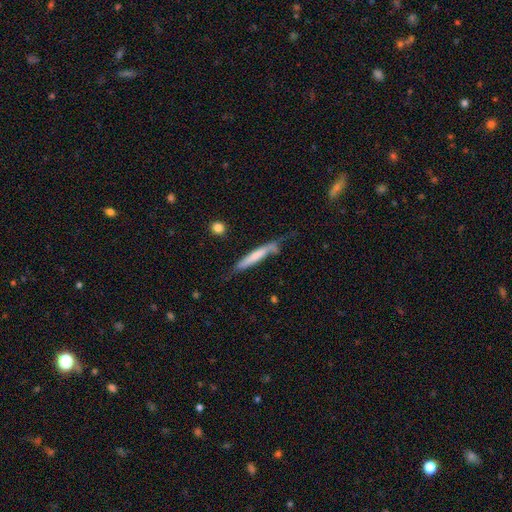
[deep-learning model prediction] Smooth or featured: smooth — 58% (featured or disk — 37%)
How rounded: cigar-shaped — 93% (in between — 5%)
Merging: none — 52% (minor disturbance — 30%)